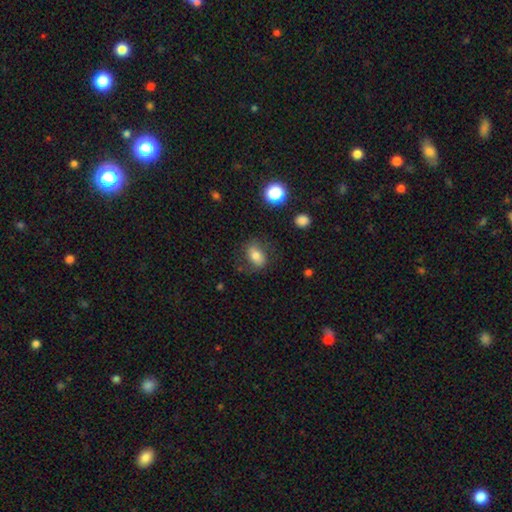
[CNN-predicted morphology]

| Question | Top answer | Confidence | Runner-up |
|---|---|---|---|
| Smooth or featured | smooth | 71% | featured or disk (19%) |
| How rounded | in between | 77% | round (21%) |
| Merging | none | 73% | minor disturbance (17%) |